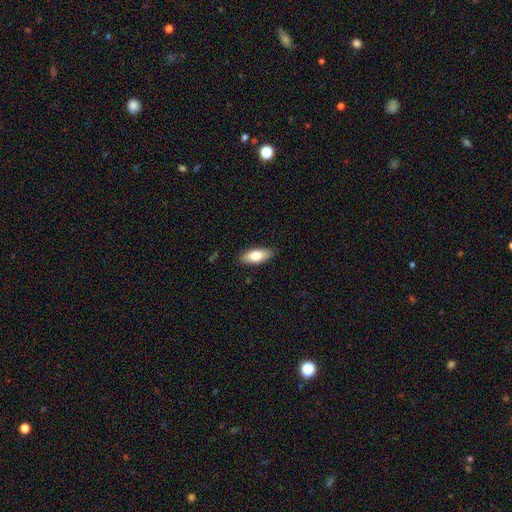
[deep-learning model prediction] A smooth galaxy with no disk features (77%) that is in between round and cigar-shaped (82%). Merging: none (88%).